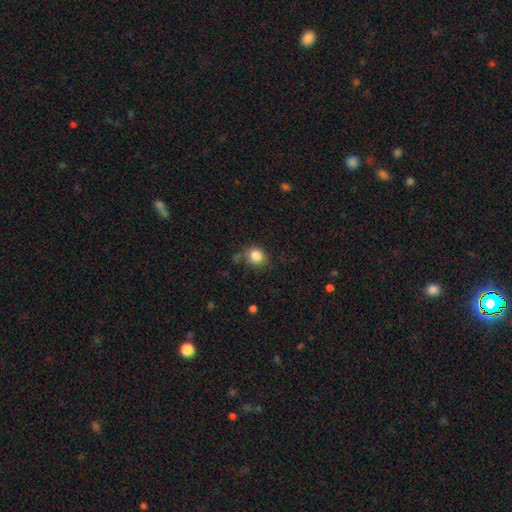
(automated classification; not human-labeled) Q: Smooth or featured?
A: smooth (84%); runner-up: star or artifact (10%)
Q: How rounded?
A: round (84%); runner-up: in between (15%)
Q: Merging?
A: none (69%); runner-up: minor disturbance (20%)